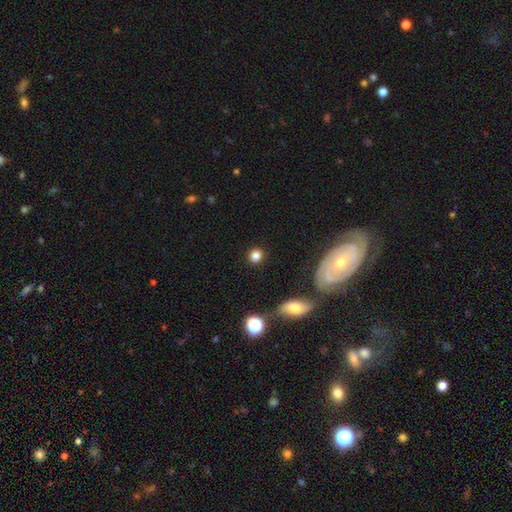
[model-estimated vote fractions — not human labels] smooth_or_featured: smooth (p=0.82) [alt: star or artifact p=0.12]
how_rounded: round (p=0.86) [alt: in between p=0.13]
merging: none (p=0.89) [alt: minor disturbance p=0.07]